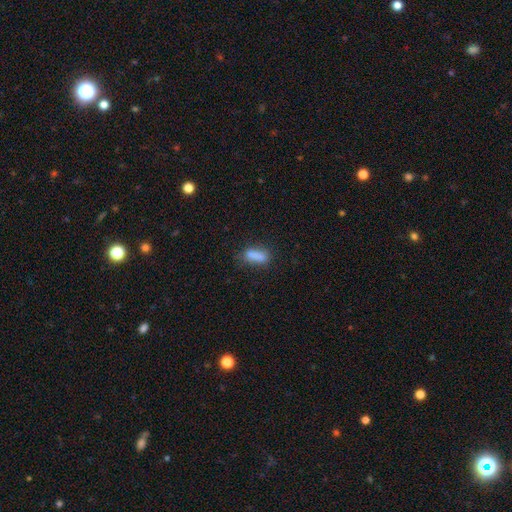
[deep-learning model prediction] Q: Smooth or featured?
A: smooth (82%); runner-up: star or artifact (10%)
Q: How rounded?
A: in between (60%); runner-up: cigar-shaped (36%)
Q: Merging?
A: none (65%); runner-up: minor disturbance (22%)